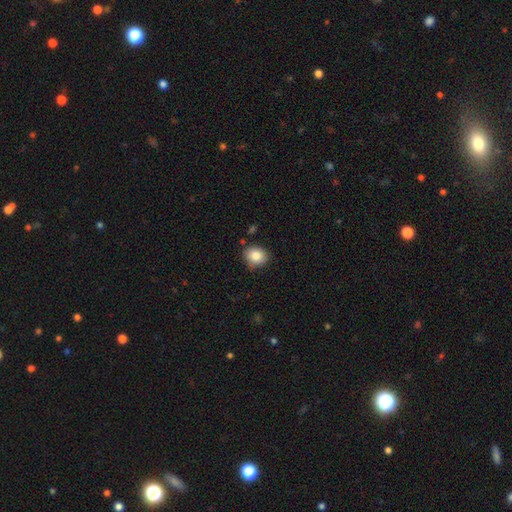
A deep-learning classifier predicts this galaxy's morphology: A smooth galaxy with no disk features (84%) that is round (64%).

Vote fractions:
- Smooth or featured? smooth: 84% / star or artifact: 9% / featured or disk: 7%
- How rounded? round: 64% / in between: 35% / cigar-shaped: 1%
- Merging? none: 81% / minor disturbance: 14% / merger: 3% / major disturbance: 3%